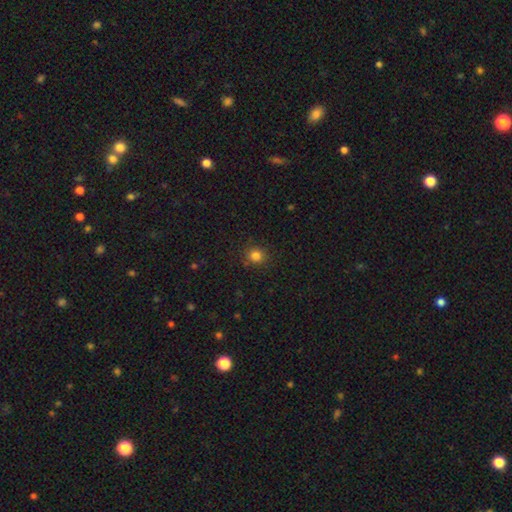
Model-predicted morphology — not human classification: Overall: smooth (82%). How rounded: round (88%). Merging: none (86%).